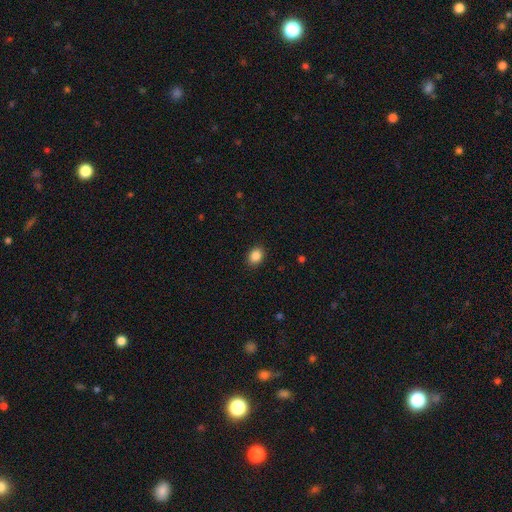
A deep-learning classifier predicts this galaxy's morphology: Q: Smooth or featured?
A: smooth (87%); runner-up: star or artifact (9%)
Q: How rounded?
A: in between (57%); runner-up: round (42%)
Q: Merging?
A: none (90%); runner-up: minor disturbance (7%)